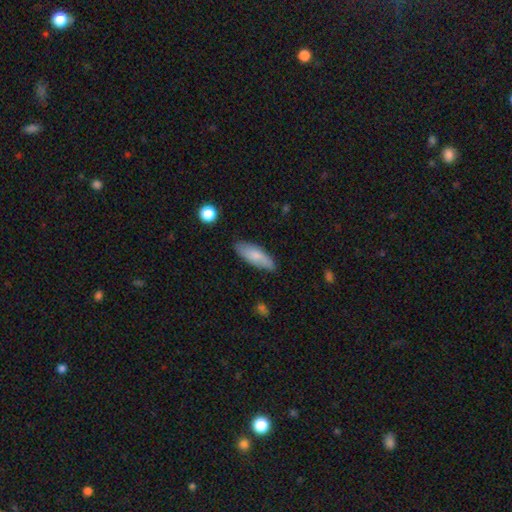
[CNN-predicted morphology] Smooth or featured: smooth — 75% (featured or disk — 19%)
How rounded: in between — 66% (cigar-shaped — 32%)
Merging: none — 77% (minor disturbance — 19%)